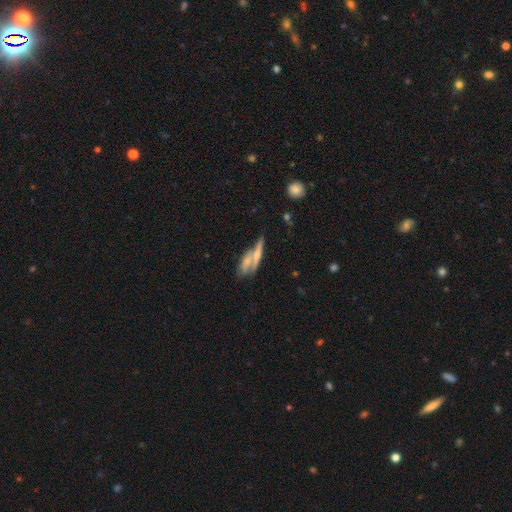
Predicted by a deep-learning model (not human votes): smooth_or_featured: featured or disk (p=0.46) [tied with: smooth p=0.46]
merging: merger (p=0.46) [alt: none p=0.36]